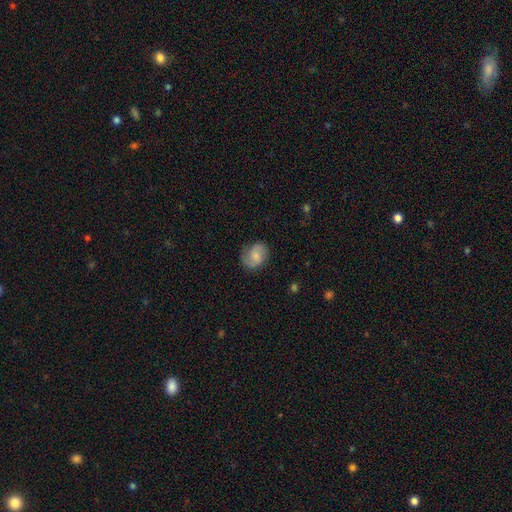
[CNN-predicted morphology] A featured or disk galaxy (52%) with no bar (54%), spiral arms (92%) and a small central bulge (44%).

Vote fractions:
- Smooth or featured? featured or disk: 52% / smooth: 40% / star or artifact: 8%
- Edge-on disk? no: 97% / yes: 3%
- Bar? no: 54% / weak: 39% / strong: 7%
- Spiral arms? yes: 92% / no: 8%
- Bulge size? small: 44% / moderate: 38% / none: 13% / large: 4% / dominant: 1%
- Merging? none: 77% / minor disturbance: 17% / major disturbance: 5% / merger: 1%